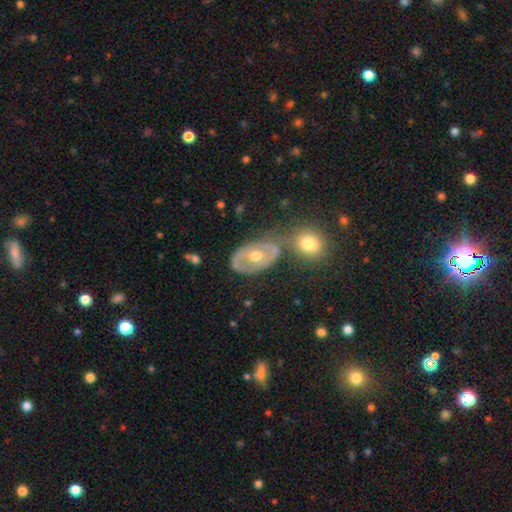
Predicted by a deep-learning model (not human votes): Smooth or featured?
  - featured or disk: 69% *
  - smooth: 23%
  - star or artifact: 8%
Edge-on disk?
  - no: 92% *
  - yes: 8%
Bar?
  - no: 75% *
  - weak: 18%
  - strong: 8%
Spiral arms?
  - no: 53% *
  - yes: 47%
Bulge size?
  - moderate: 71% *
  - small: 24%
  - large: 3%
  - none: 1%
  - dominant: 1%
Merging?
  - none: 59% *
  - minor disturbance: 17%
  - merger: 16%
  - major disturbance: 8%